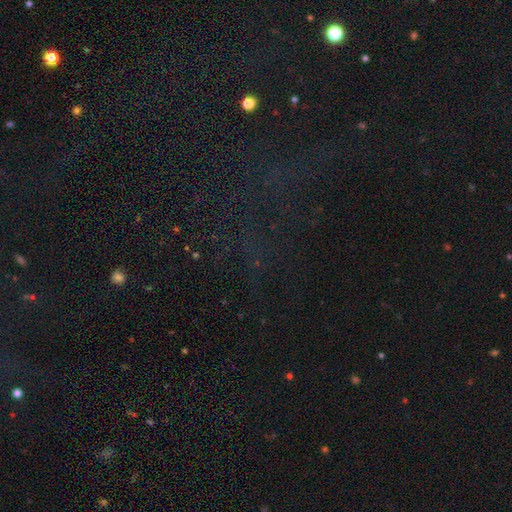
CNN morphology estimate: This appears to be a star or artifact, not a galaxy (77%).